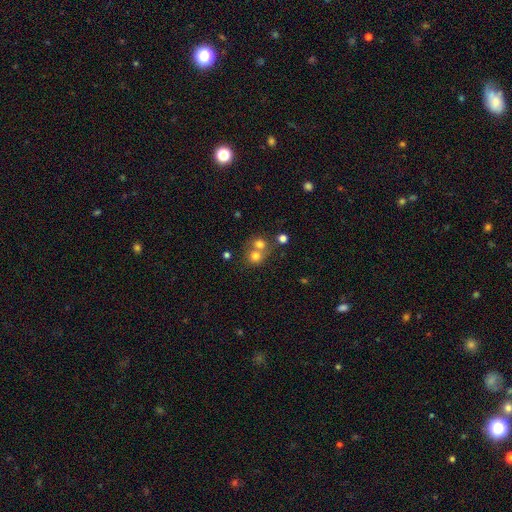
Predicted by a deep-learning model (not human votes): Q: Smooth or featured?
A: smooth (72%); runner-up: featured or disk (14%)
Q: How rounded?
A: round (81%); runner-up: in between (18%)
Q: Merging?
A: merger (55%); runner-up: none (36%)